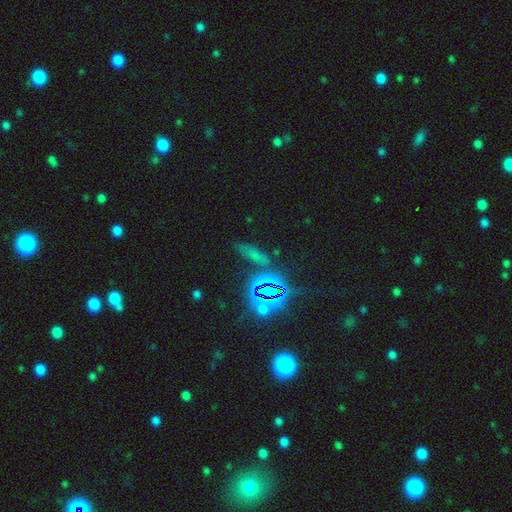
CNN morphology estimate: This appears to be a star or artifact, not a galaxy (48%).